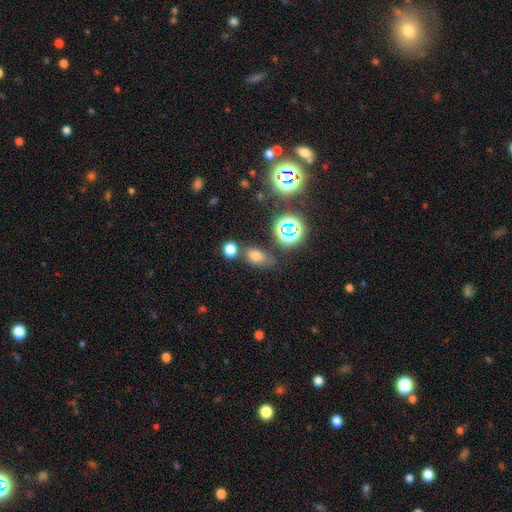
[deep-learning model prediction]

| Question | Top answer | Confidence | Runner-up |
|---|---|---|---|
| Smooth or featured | smooth | 67% | star or artifact (24%) |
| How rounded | in between | 79% | round (18%) |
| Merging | none | 65% | minor disturbance (16%) |